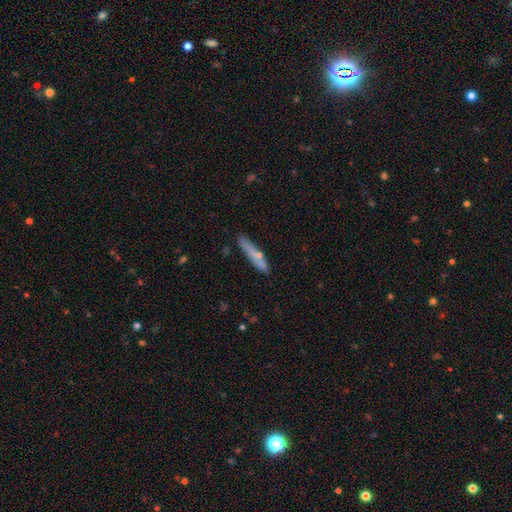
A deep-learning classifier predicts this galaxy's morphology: type=smooth (62%); roundness=cigar-shaped (89%); merging=none (72%).